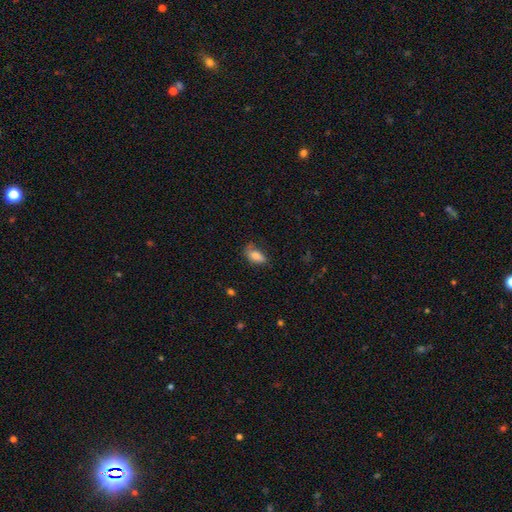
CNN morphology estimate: smooth 81%, featured or disk 11%, star or artifact 8%. Down the decision tree: how rounded — in between (88%); merging — none (58%).